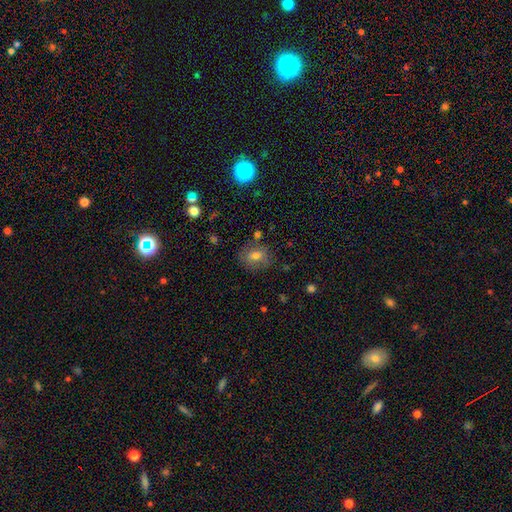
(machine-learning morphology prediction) Smooth or featured?
  - smooth: 68% *
  - featured or disk: 20%
  - star or artifact: 12%
How rounded?
  - round: 53% *
  - in between: 46%
  - cigar-shaped: 2%
Merging?
  - none: 74% *
  - minor disturbance: 17%
  - major disturbance: 6%
  - merger: 4%